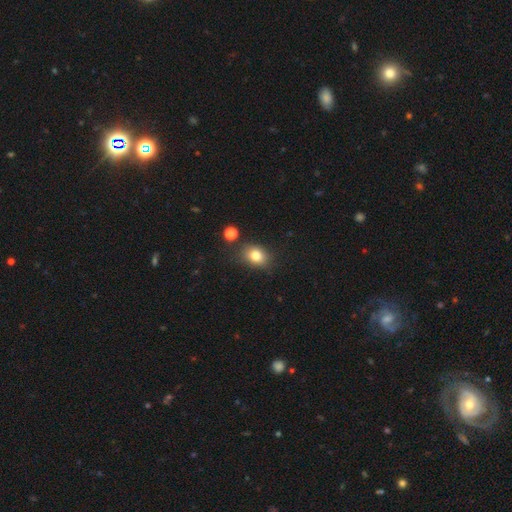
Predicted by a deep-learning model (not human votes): This is clearly a smooth galaxy (80%). How rounded: possibly in between (59%). Merging: likely none (78%).